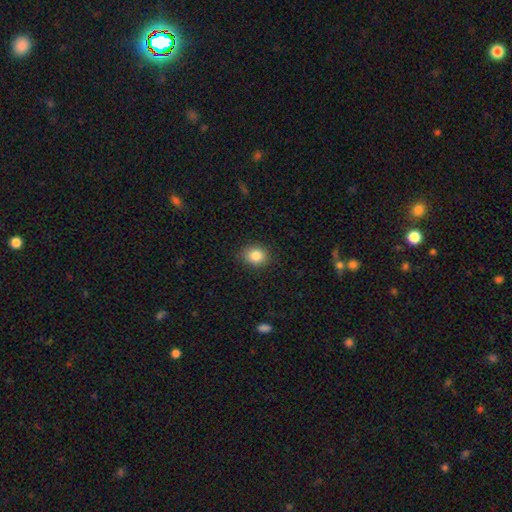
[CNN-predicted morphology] Smooth or featured?
  - smooth: 84% *
  - star or artifact: 10%
  - featured or disk: 6%
How rounded?
  - round: 63% *
  - in between: 36%
  - cigar-shaped: 1%
Merging?
  - none: 87% *
  - minor disturbance: 10%
  - major disturbance: 2%
  - merger: 1%